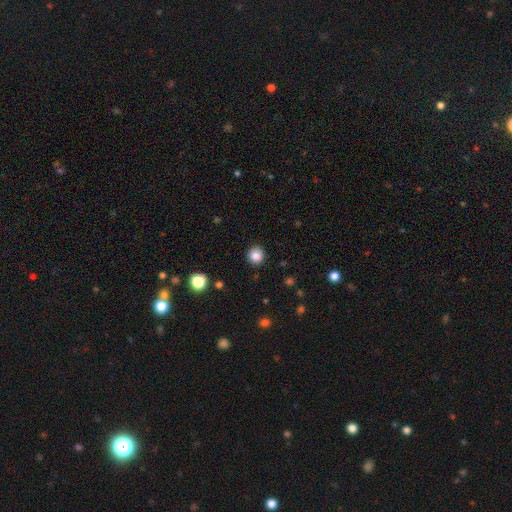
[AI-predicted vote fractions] smooth_or_featured: smooth (p=0.86) [alt: star or artifact p=0.11]
how_rounded: round (p=0.89) [alt: in between p=0.10]
merging: none (p=0.89) [alt: minor disturbance p=0.07]